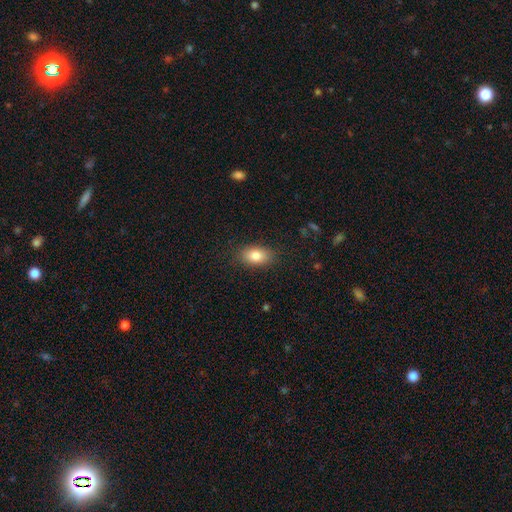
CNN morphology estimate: smooth_or_featured: smooth (p=0.84) [alt: featured or disk p=0.08]
how_rounded: in between (p=0.88) [alt: round p=0.10]
merging: none (p=0.86) [alt: minor disturbance p=0.10]